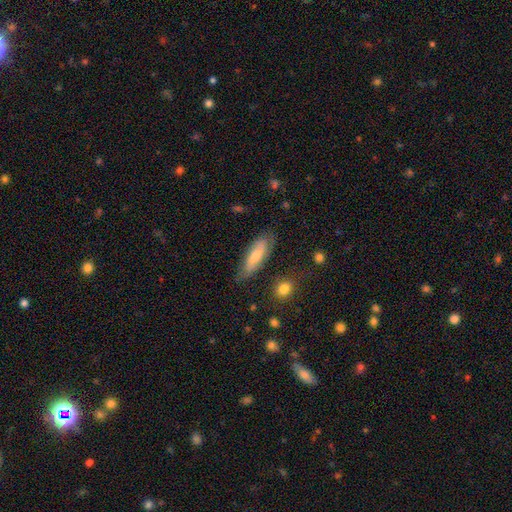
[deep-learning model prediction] The model was most divided on "how rounded": in between: 56%, cigar-shaped: 41%, round: 2%. More confident: merging — none (71%); smooth or featured — smooth (61%).